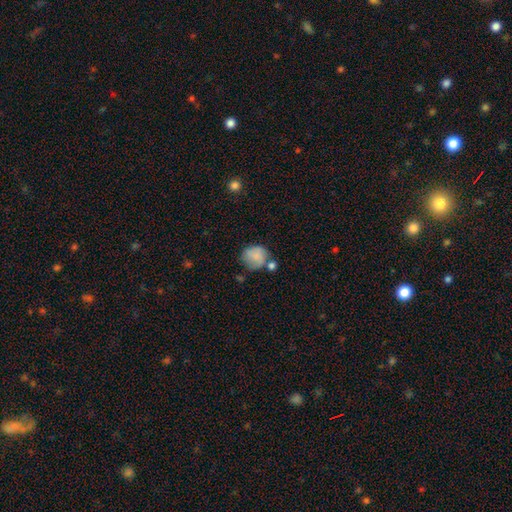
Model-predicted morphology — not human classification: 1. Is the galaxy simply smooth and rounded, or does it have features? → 80% smooth, 12% featured or disk, 8% star or artifact.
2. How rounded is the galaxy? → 75% round, 24% in between, 1% cigar-shaped.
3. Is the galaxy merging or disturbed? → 49% none, 24% minor disturbance, 17% merger, 10% major disturbance.